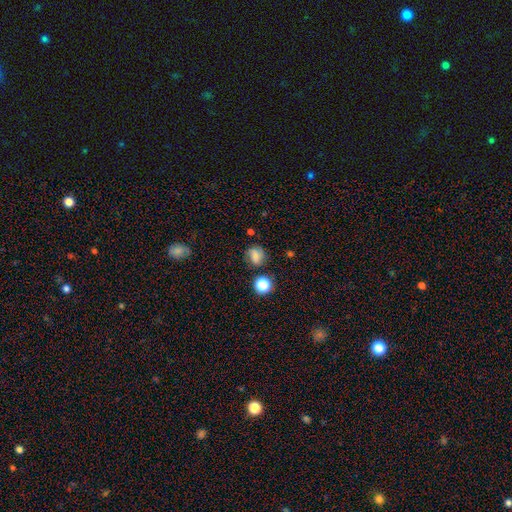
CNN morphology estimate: Q: Smooth or featured?
A: smooth (55%); runner-up: featured or disk (29%)
Q: How rounded?
A: round (70%); runner-up: in between (29%)
Q: Merging?
A: none (71%); runner-up: minor disturbance (17%)